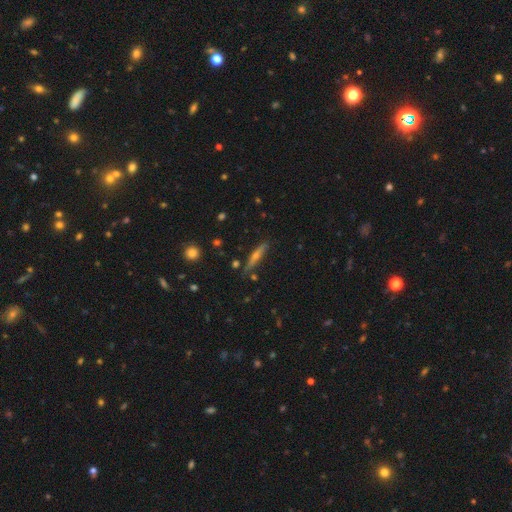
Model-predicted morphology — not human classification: This is possibly a featured or disk galaxy (58%). It is clearly viewed edge-on (95%). Edge-on bulge: clearly rounded (82%). Merging: clearly none (84%).